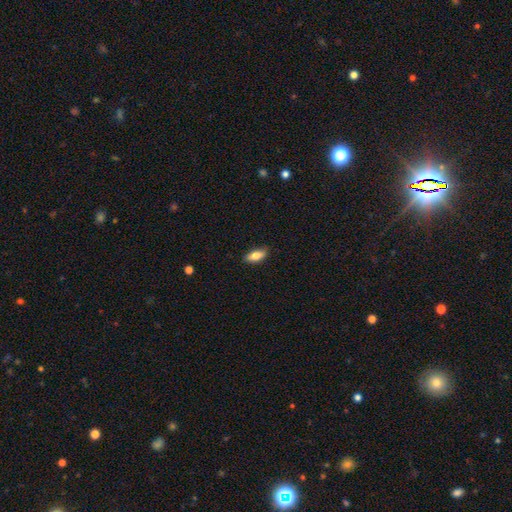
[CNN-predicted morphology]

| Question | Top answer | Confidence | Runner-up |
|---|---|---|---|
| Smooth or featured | smooth | 79% | featured or disk (14%) |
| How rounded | in between | 82% | cigar-shaped (15%) |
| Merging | none | 85% | minor disturbance (12%) |